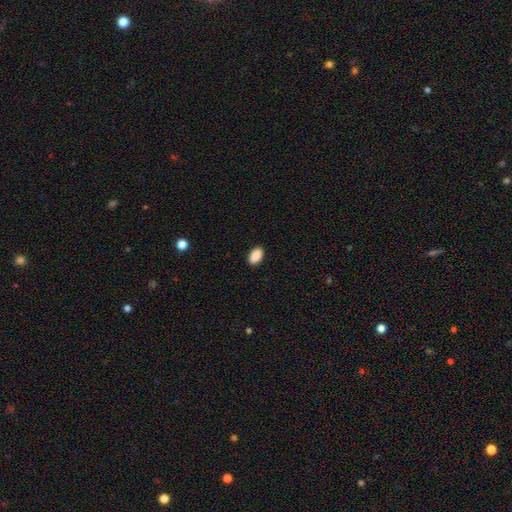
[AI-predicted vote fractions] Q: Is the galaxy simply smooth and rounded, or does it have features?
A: smooth — 90%.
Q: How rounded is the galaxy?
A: in between — 93%.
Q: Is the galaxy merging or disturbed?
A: none — 90%.